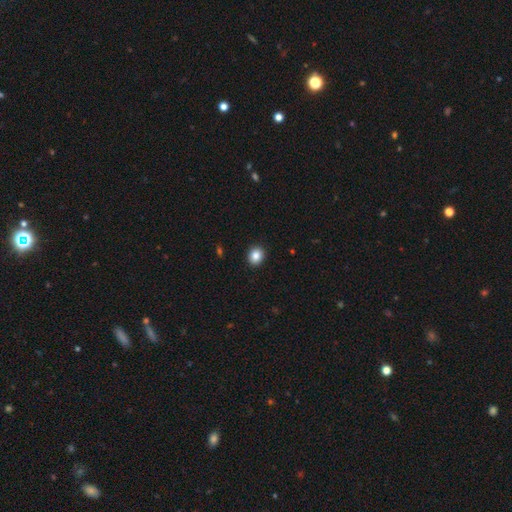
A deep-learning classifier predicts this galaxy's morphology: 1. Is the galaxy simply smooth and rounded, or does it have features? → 86% smooth, 9% star or artifact, 5% featured or disk.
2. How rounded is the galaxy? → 70% round, 29% in between, 1% cigar-shaped.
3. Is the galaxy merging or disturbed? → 92% none, 6% minor disturbance, 2% major disturbance, 1% merger.